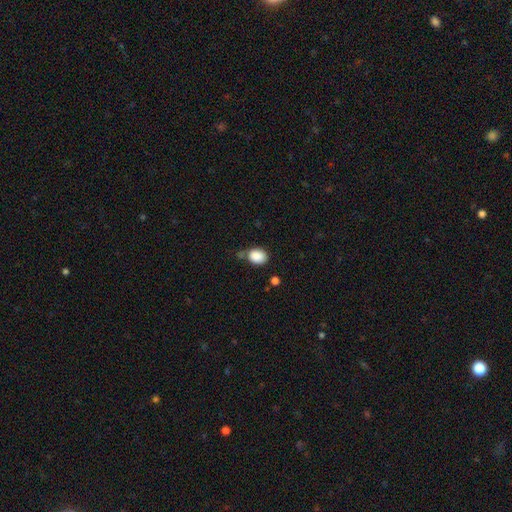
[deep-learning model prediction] smooth 88%, star or artifact 8%, featured or disk 4%. Down the decision tree: how rounded — in between (66%); merging — none (67%).